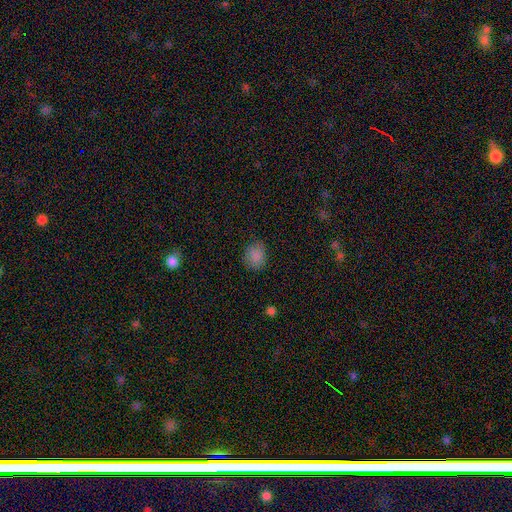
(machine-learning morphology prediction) Smooth or featured: smooth — 84% (star or artifact — 11%)
How rounded: round — 61% (in between — 38%)
Merging: none — 80% (minor disturbance — 15%)